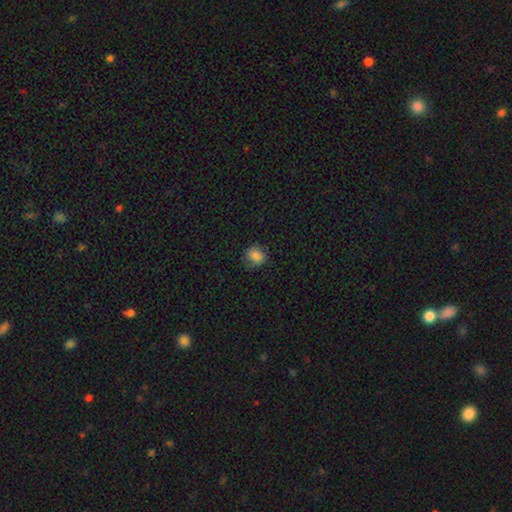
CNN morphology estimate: Smooth or featured? Predicted: smooth (p=0.84). How rounded? Predicted: round (p=0.74). Merging? Predicted: none (p=0.76).